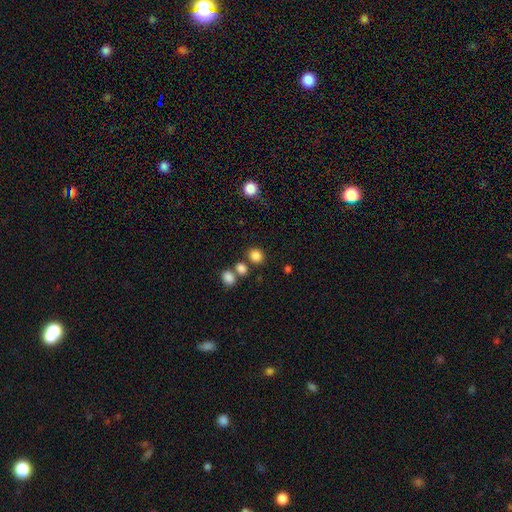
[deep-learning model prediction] Smooth or featured: smooth — 83% (star or artifact — 13%)
How rounded: round — 76% (in between — 23%)
Merging: none — 73% (merger — 15%)